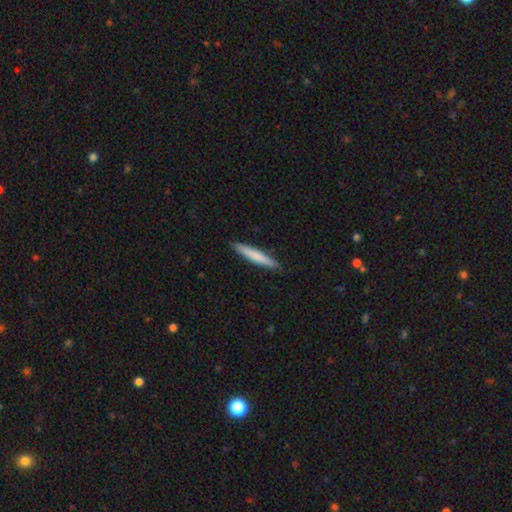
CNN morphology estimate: Smooth or featured?
  - smooth: 74% *
  - featured or disk: 21%
  - star or artifact: 5%
How rounded?
  - cigar-shaped: 94% *
  - in between: 5%
  - round: 1%
Merging?
  - none: 91% *
  - minor disturbance: 7%
  - major disturbance: 1%
  - merger: 1%